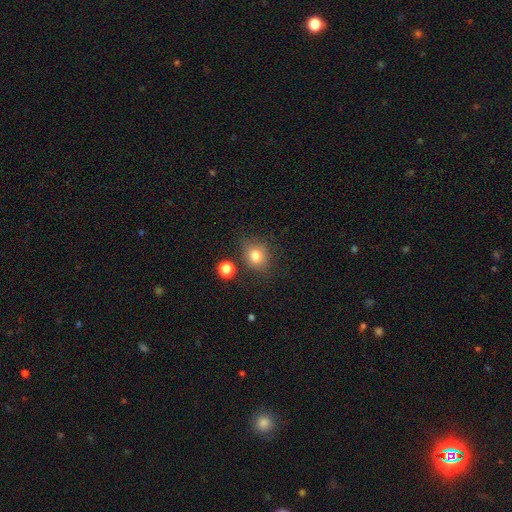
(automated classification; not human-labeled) smooth-or-featured: smooth: 79% | star or artifact: 12% | featured or disk: 9%
  how-rounded: round: 66% | in between: 33% | cigar-shaped: 1%
  merging: none: 75% | minor disturbance: 15% | merger: 5% | major disturbance: 4%